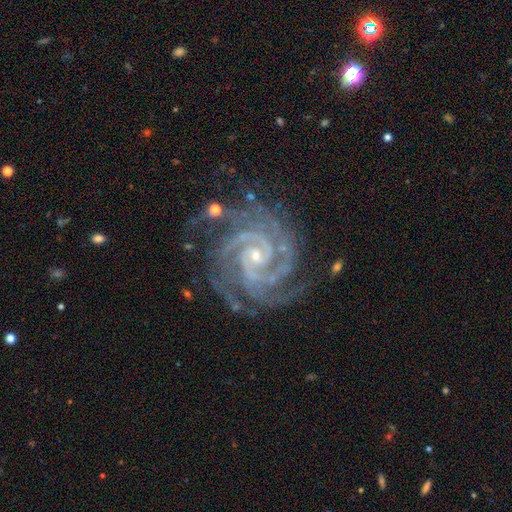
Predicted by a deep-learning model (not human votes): Smooth or featured: featured or disk — 93% (star or artifact — 5%)
Edge-on disk: no — 98% (yes — 2%)
Bar: no — 51% (weak — 31%)
Spiral arms: yes — 99% (no — 1%)
Spiral winding: tight — 77% (medium — 21%)
Spiral arm count: 2 — 33% (3 — 27%)
Bulge size: small — 78% (moderate — 18%)
Merging: none — 75% (minor disturbance — 17%)